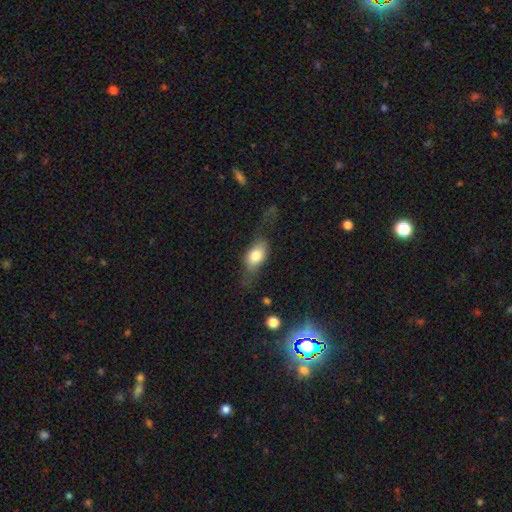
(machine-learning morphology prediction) Smooth or featured? Predicted: smooth (p=0.70). How rounded? Predicted: in between (p=0.81). Merging? Predicted: none (p=0.47).